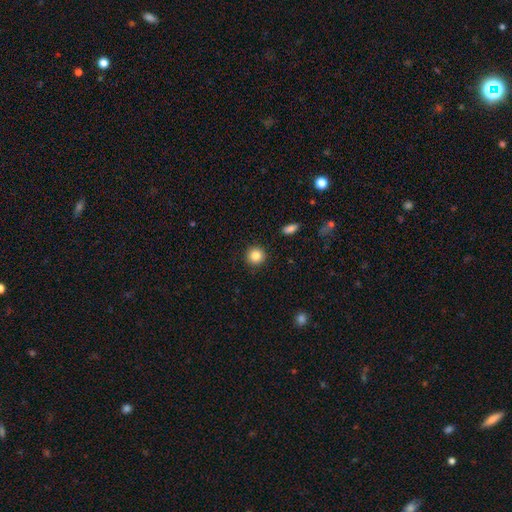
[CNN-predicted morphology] Q: Smooth or featured?
A: smooth (85%); runner-up: star or artifact (10%)
Q: How rounded?
A: round (94%); runner-up: in between (5%)
Q: Merging?
A: none (92%); runner-up: minor disturbance (5%)